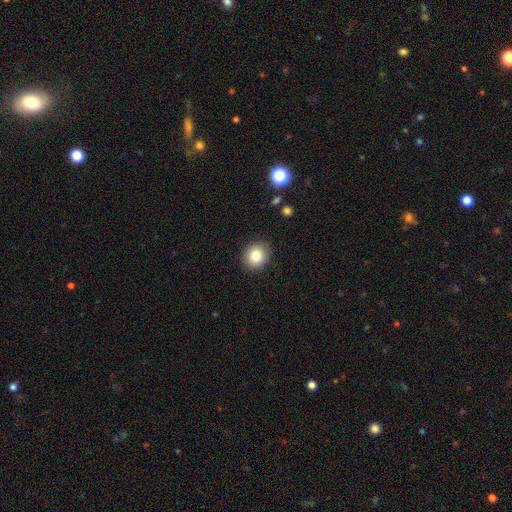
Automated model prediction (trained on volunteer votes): This appears to be a smooth galaxy with no disk features (85%) that is round (77%). Merging: none (88%).